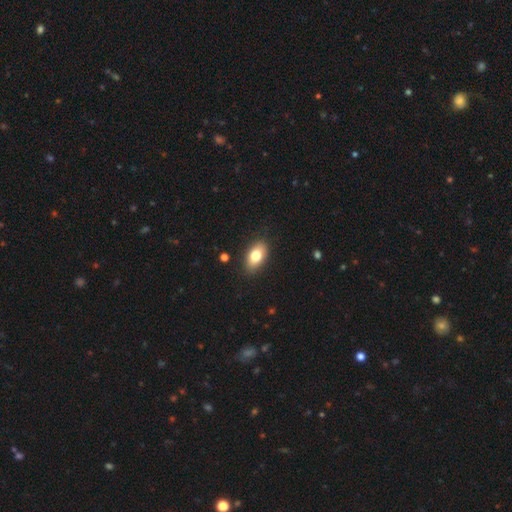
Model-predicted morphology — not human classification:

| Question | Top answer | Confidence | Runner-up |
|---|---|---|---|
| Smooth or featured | smooth | 77% | featured or disk (15%) |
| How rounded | in between | 90% | round (7%) |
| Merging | none | 87% | minor disturbance (10%) |